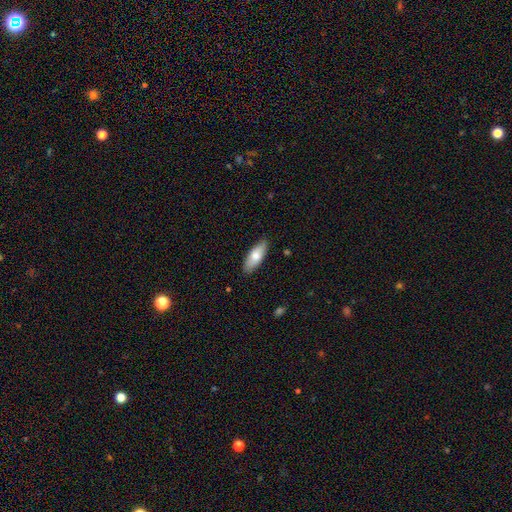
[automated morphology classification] Smooth or featured: smooth — 74% (featured or disk — 20%)
How rounded: in between — 70% (cigar-shaped — 28%)
Merging: none — 85% (minor disturbance — 12%)